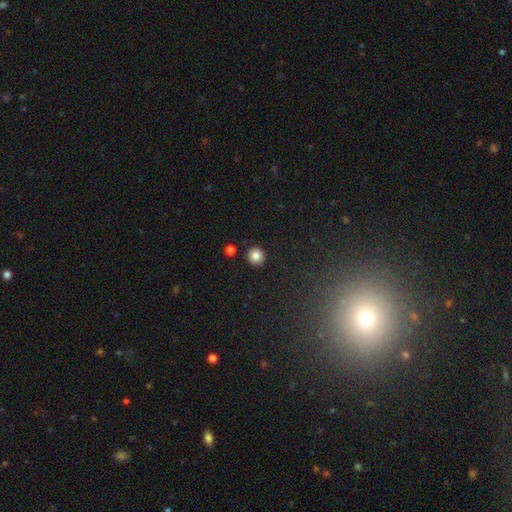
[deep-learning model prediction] This is clearly a smooth galaxy (84%). How rounded: clearly round (94%). Merging: clearly none (91%).